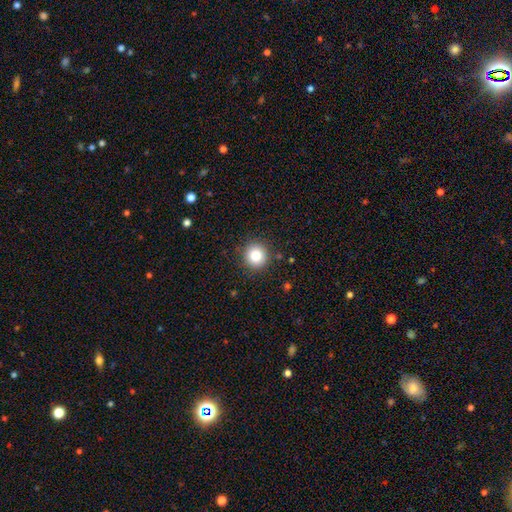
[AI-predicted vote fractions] Smooth or featured? smooth (82%)
How rounded? round (93%)
Merging? none (90%)